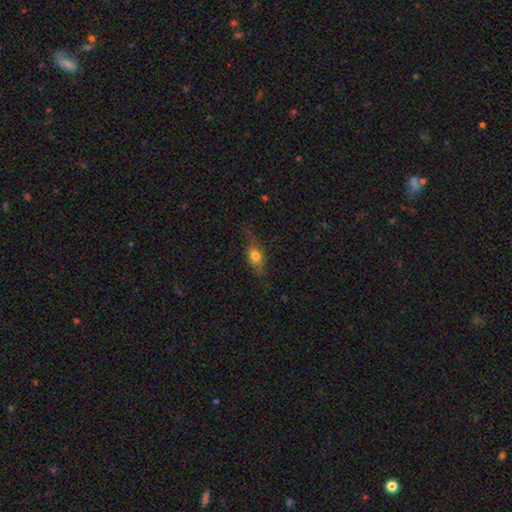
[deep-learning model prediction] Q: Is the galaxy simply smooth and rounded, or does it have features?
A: smooth — 64%.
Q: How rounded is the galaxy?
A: in between — 65%.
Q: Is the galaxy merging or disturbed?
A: none — 65%.